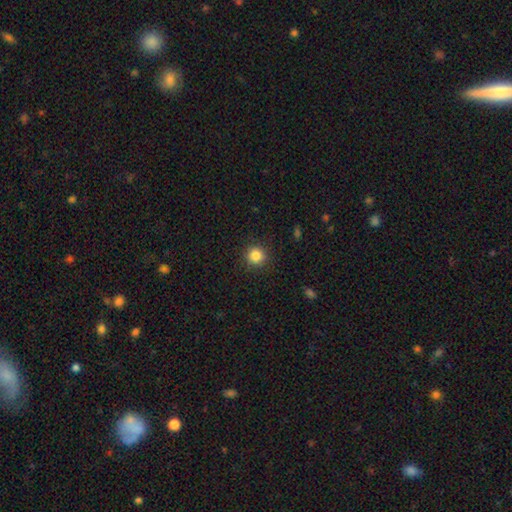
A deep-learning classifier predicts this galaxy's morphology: smooth 85%, star or artifact 11%, featured or disk 4%. Down the decision tree: how rounded — round (93%); merging — none (90%).